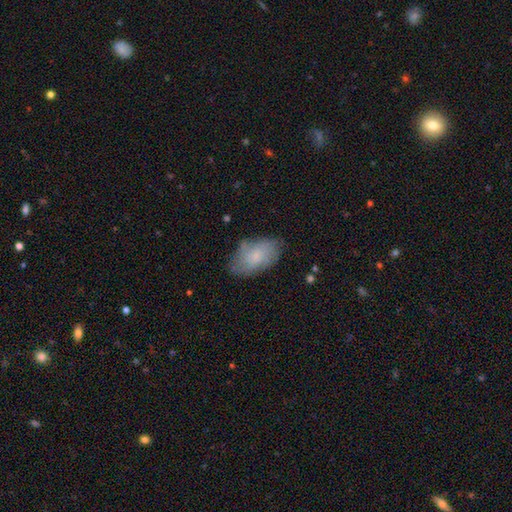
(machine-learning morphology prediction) Smooth or featured?
  - smooth: 55% *
  - featured or disk: 37%
  - star or artifact: 8%
How rounded?
  - in between: 92% *
  - round: 6%
  - cigar-shaped: 2%
Merging?
  - none: 67% *
  - minor disturbance: 24%
  - major disturbance: 7%
  - merger: 2%